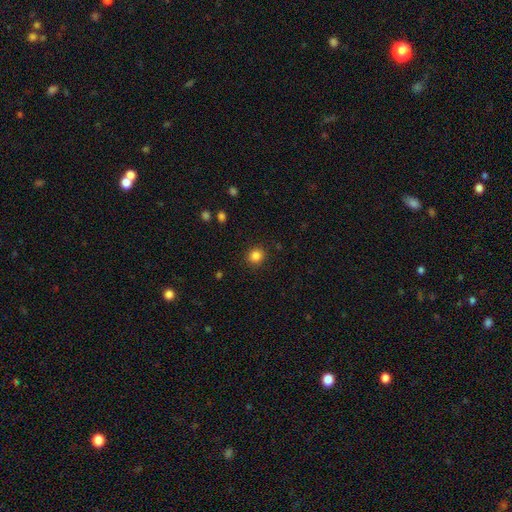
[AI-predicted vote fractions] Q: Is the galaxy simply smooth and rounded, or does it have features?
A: smooth — 85%.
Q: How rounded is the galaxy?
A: round — 87%.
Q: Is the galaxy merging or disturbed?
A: none — 90%.